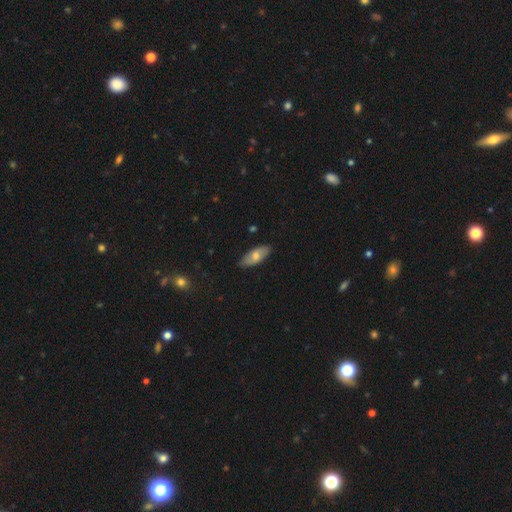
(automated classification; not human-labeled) smooth_or_featured: smooth (p=0.63) [alt: featured or disk p=0.31]
how_rounded: in between (p=0.84) [alt: cigar-shaped p=0.13]
merging: none (p=0.84) [alt: minor disturbance p=0.12]